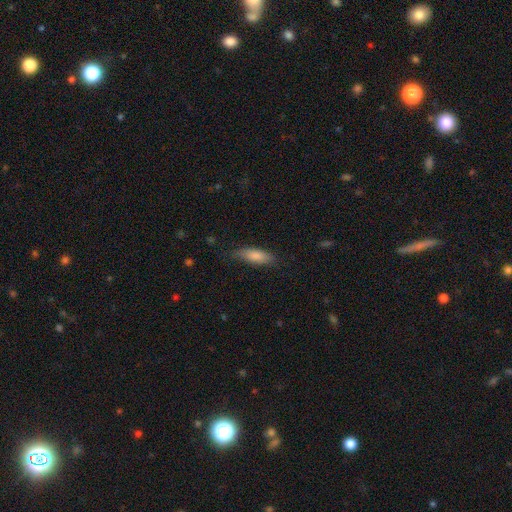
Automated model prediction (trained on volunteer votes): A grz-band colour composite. It shows a smooth galaxy with no disk features (83%) that is in between round and cigar-shaped (62%). Merging: none (73%).